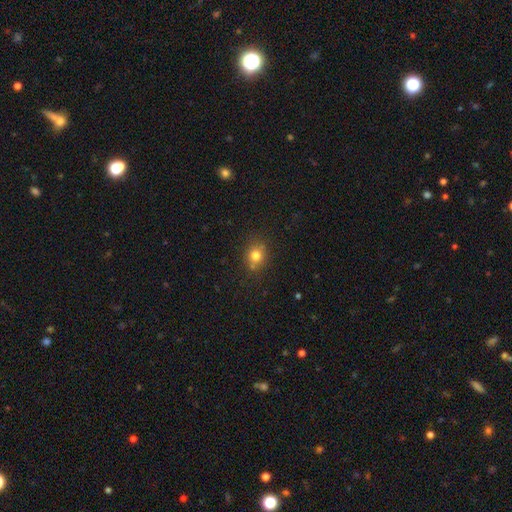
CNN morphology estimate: The model was most divided on "how rounded": round: 75%, in between: 24%, cigar-shaped: 1%. More confident: smooth or featured — smooth (76%); merging — none (75%).